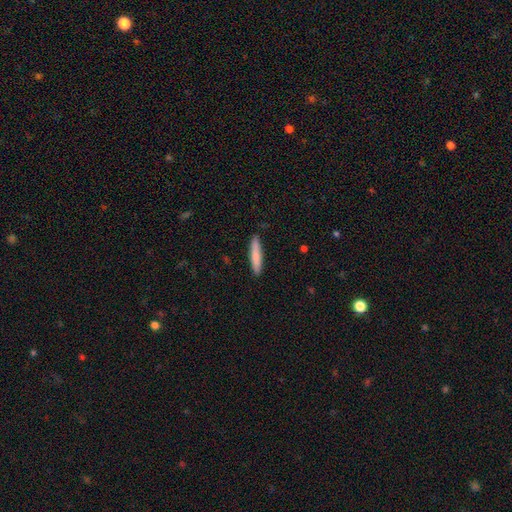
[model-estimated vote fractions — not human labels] smooth_or_featured: smooth (p=0.80) [alt: featured or disk p=0.14]
how_rounded: cigar-shaped (p=0.91) [alt: in between p=0.08]
merging: none (p=0.90) [alt: minor disturbance p=0.07]